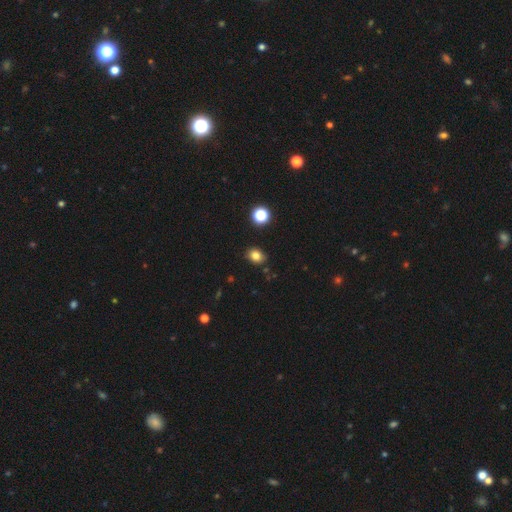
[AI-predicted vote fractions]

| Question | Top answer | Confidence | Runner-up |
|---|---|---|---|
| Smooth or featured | smooth | 81% | star or artifact (13%) |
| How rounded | in between | 53% | round (46%) |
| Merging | none | 85% | minor disturbance (10%) |